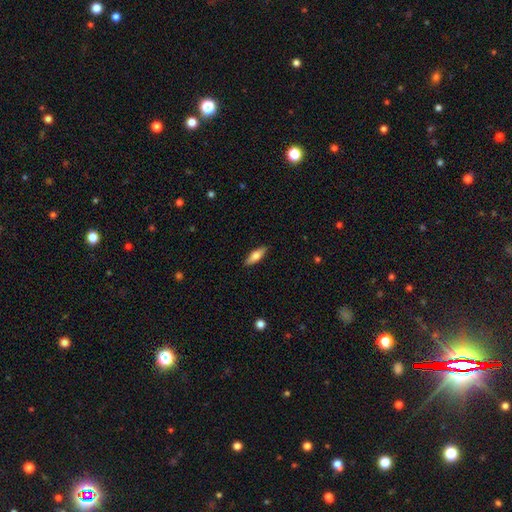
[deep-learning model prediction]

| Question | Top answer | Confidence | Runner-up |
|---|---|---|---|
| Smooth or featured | smooth | 62% | featured or disk (32%) |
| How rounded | cigar-shaped | 49% | tied: in between (49%) |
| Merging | none | 88% | minor disturbance (9%) |